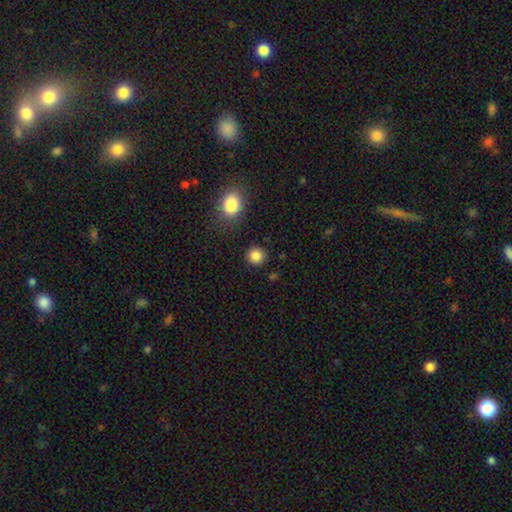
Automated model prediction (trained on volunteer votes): The model was most divided on "smooth or featured": smooth: 85%, star or artifact: 11%, featured or disk: 4%. More confident: how rounded — round (92%); merging — none (89%).